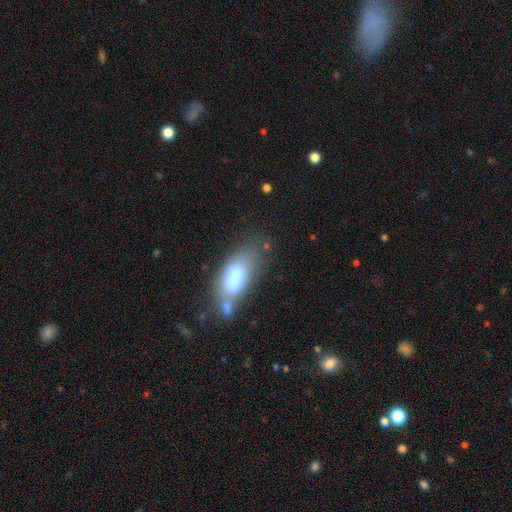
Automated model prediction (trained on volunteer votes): This appears to be a smooth galaxy with no disk features (70%) that is in between round and cigar-shaped (85%). Merging: none (53%).